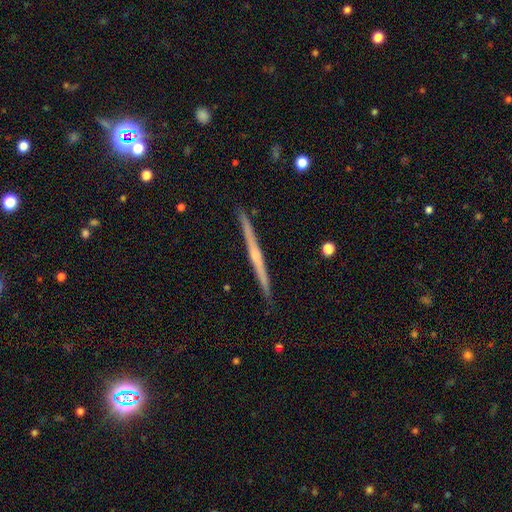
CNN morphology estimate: The model was most divided on "edge-on bulge": none: 49%, rounded: 44%, boxy: 7%. More confident: edge-on disk — yes (98%); merging — none (92%); smooth or featured — featured or disk (72%).